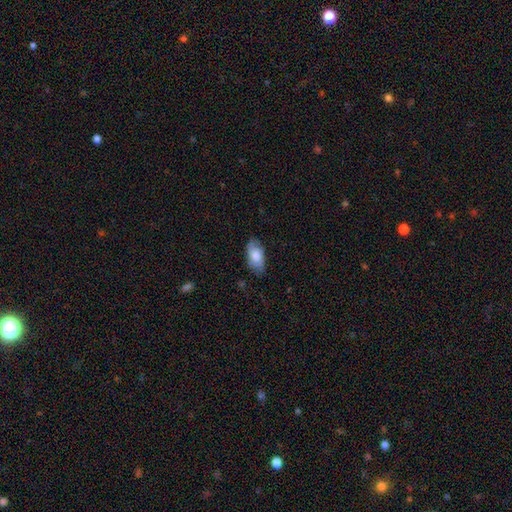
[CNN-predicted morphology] This is likely a smooth galaxy (78%). How rounded: clearly in between (92%). Merging: likely none (76%).